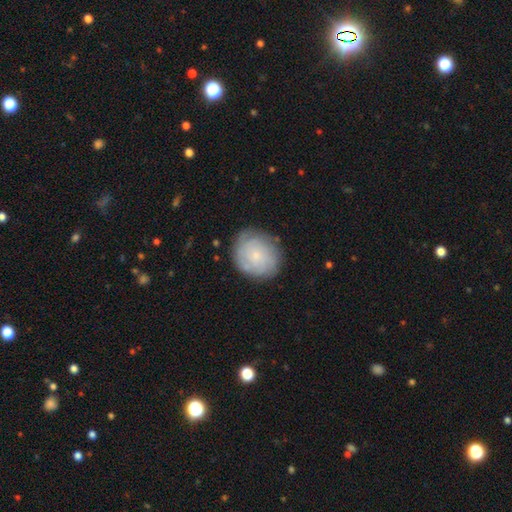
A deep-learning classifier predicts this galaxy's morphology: type=smooth (50%); merging=none (77%).